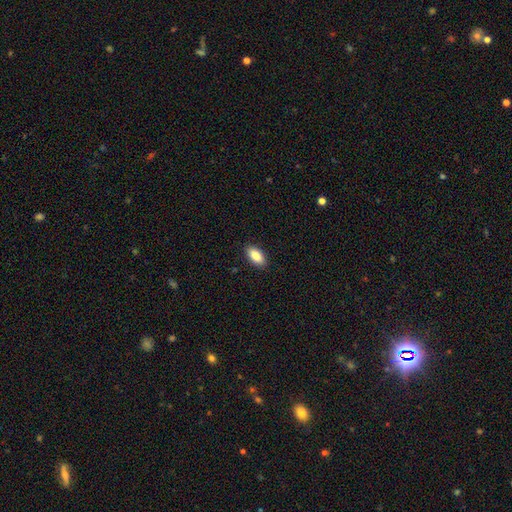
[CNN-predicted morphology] A smooth galaxy with no disk features (88%) that is in between round and cigar-shaped (92%).

Vote fractions:
- Smooth or featured? smooth: 88% / star or artifact: 7% / featured or disk: 5%
- How rounded? in between: 92% / cigar-shaped: 5% / round: 3%
- Merging? none: 89% / minor disturbance: 8% / major disturbance: 2% / merger: 1%